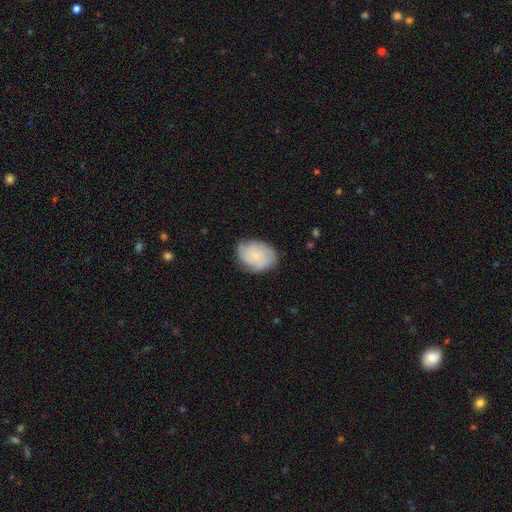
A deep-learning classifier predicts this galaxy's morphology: type=smooth (57%); roundness=in between (73%); merging=none (66%).